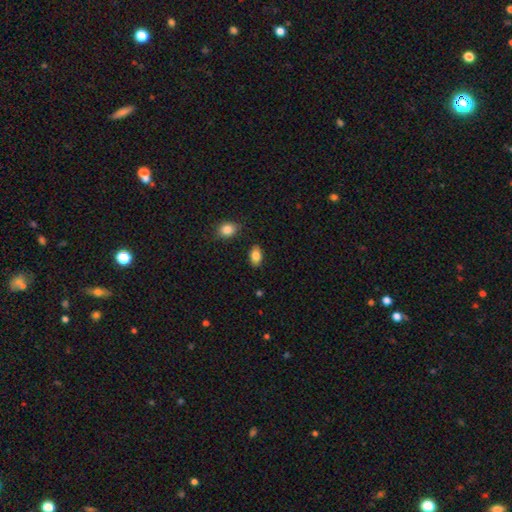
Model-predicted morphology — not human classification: This is clearly a smooth galaxy (84%). How rounded: clearly in between (89%). Merging: clearly none (85%).